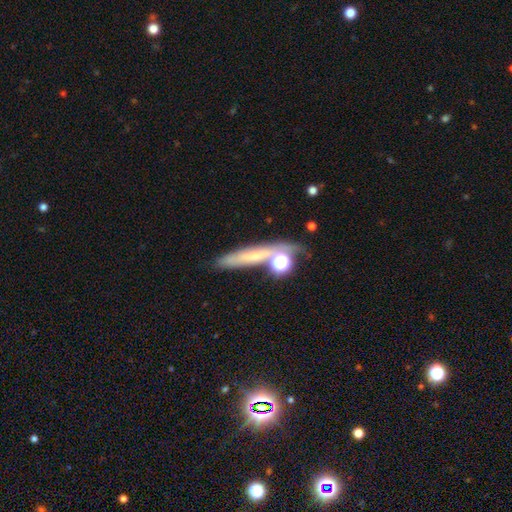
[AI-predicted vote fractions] Overall: smooth (48%; featured or disk 34%). Merging: none (61%).